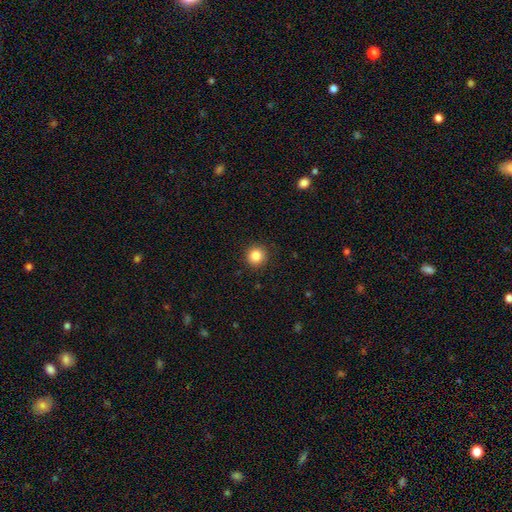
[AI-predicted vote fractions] smooth_or_featured: smooth (p=0.86) [alt: star or artifact p=0.10]
how_rounded: round (p=0.94) [alt: in between p=0.05]
merging: none (p=0.92) [alt: minor disturbance p=0.05]